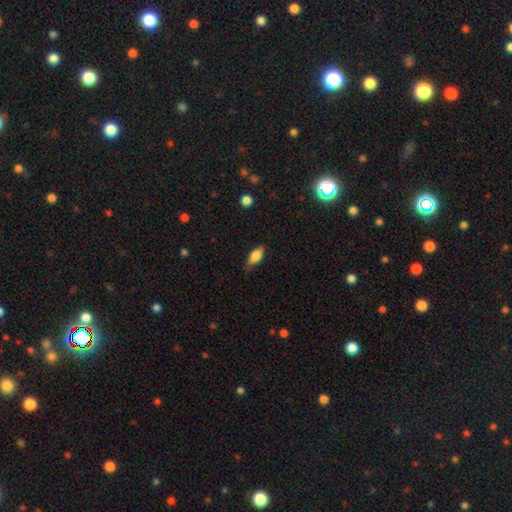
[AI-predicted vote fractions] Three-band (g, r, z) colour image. It shows a smooth galaxy with no disk features (78%) that is in between round and cigar-shaped (83%). Merging: none (75%).